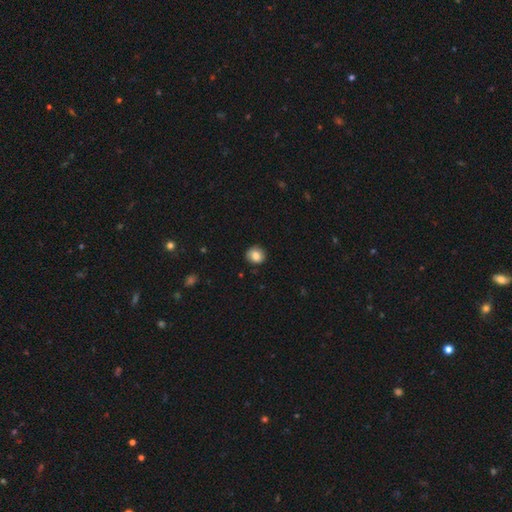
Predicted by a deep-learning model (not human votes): The model was most divided on "how rounded": round: 85%, in between: 14%, cigar-shaped: 1%. More confident: merging — none (87%); smooth or featured — smooth (81%).